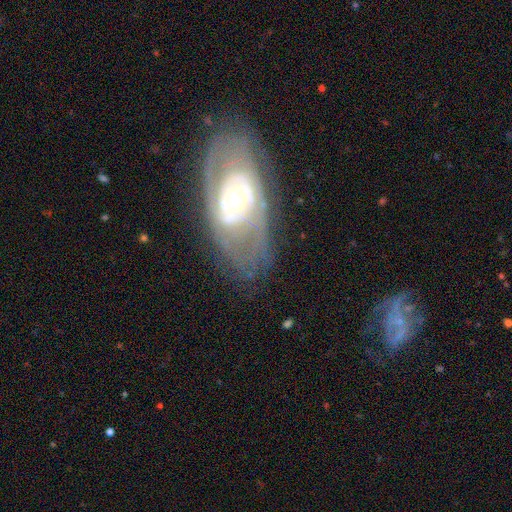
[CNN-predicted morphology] Smooth or featured? featured or disk (78%)
Edge-on disk? no (90%)
Bar? no (53%)
Spiral arms? yes (69%)
Bulge size? moderate (52%)
Merging? none (77%)